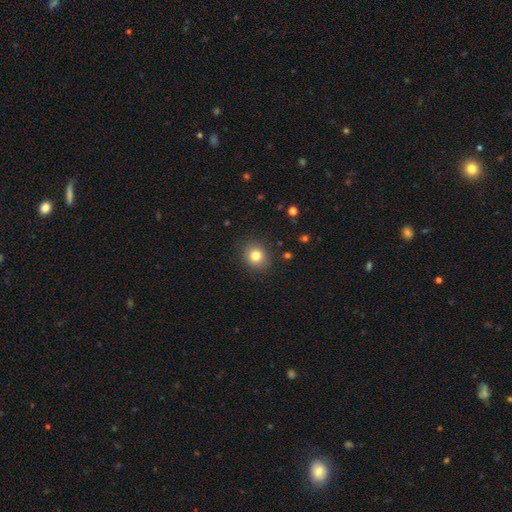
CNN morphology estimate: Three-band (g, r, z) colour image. It shows a smooth galaxy with no disk features (81%) that is round (81%). Merging: none (89%).